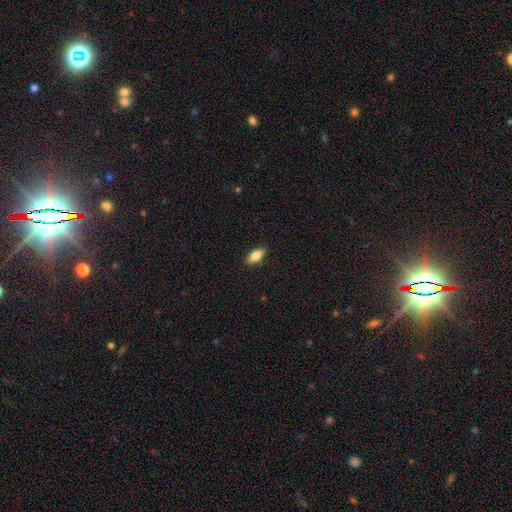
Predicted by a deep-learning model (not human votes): Smooth or featured? smooth (74%)
How rounded? in between (80%)
Merging? none (89%)